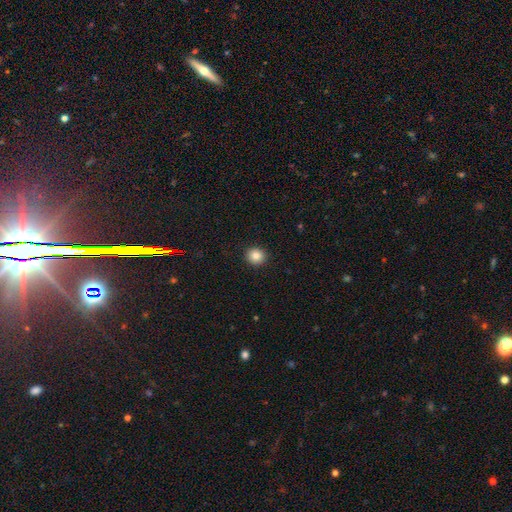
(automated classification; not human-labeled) This is clearly a smooth galaxy (85%). How rounded: clearly round (87%). Merging: clearly none (92%).